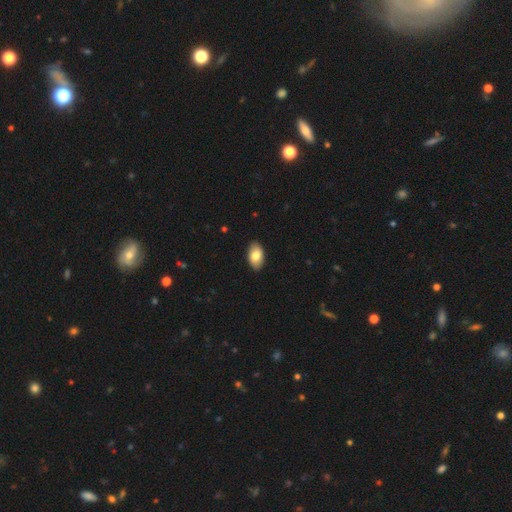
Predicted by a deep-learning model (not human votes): Smooth or featured?
  - smooth: 82% *
  - featured or disk: 11%
  - star or artifact: 6%
How rounded?
  - in between: 94% *
  - round: 4%
  - cigar-shaped: 2%
Merging?
  - none: 89% *
  - minor disturbance: 8%
  - major disturbance: 2%
  - merger: 1%